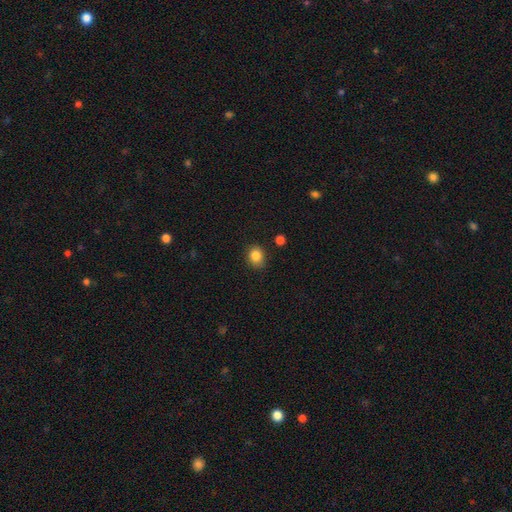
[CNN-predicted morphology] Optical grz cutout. It shows a smooth galaxy with no disk features (85%) that is round (65%). Merging: none (81%).